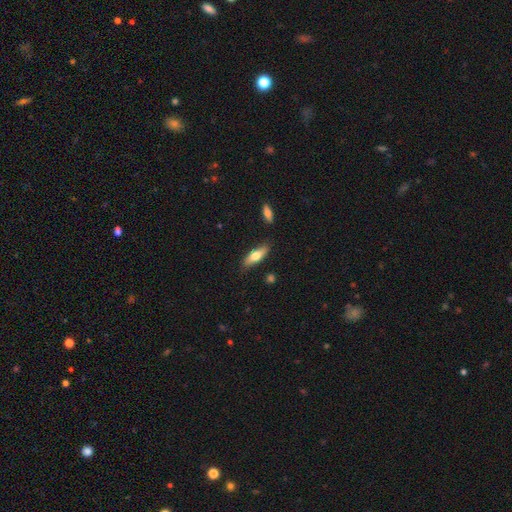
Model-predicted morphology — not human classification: Smooth or featured?
  - smooth: 64% *
  - featured or disk: 30%
  - star or artifact: 6%
How rounded?
  - in between: 52% *
  - cigar-shaped: 45%
  - round: 3%
Merging?
  - none: 81% *
  - minor disturbance: 14%
  - merger: 3%
  - major disturbance: 2%